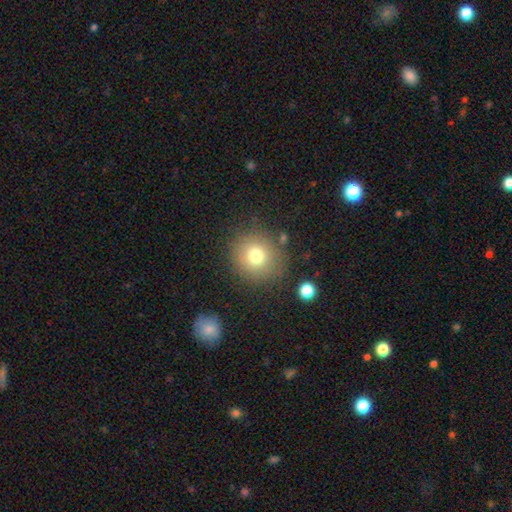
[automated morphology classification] A smooth galaxy with no disk features (75%) that is round (89%). Merging: none (82%).